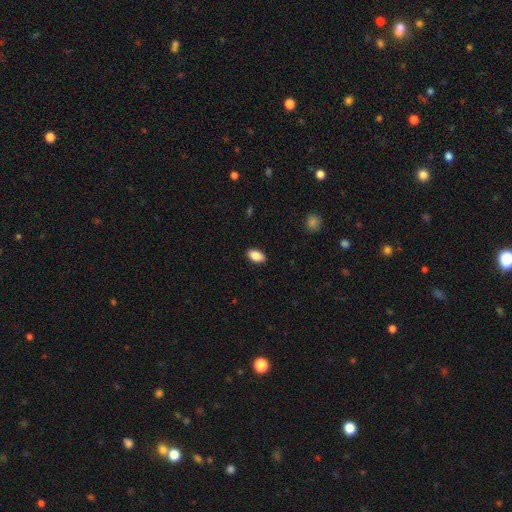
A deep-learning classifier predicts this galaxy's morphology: smooth 88%, star or artifact 7%, featured or disk 5%. Down the decision tree: how rounded — in between (93%); merging — none (89%).